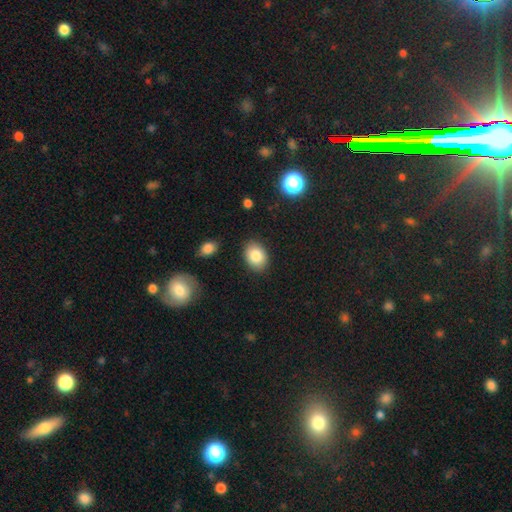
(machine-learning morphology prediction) Smooth or featured? smooth (84%)
How rounded? in between (72%)
Merging? none (86%)